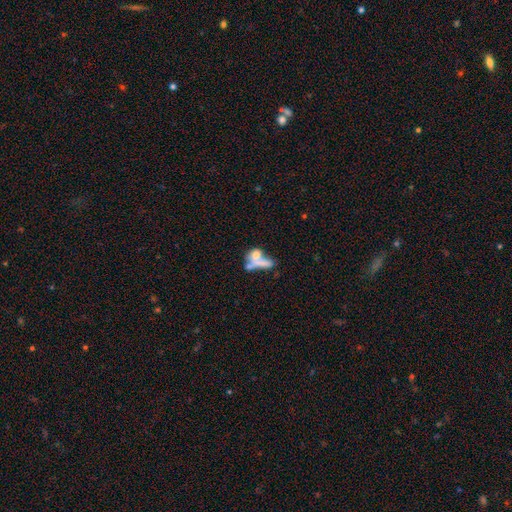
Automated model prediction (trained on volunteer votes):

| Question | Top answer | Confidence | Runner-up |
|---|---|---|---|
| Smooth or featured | smooth | 46% | featured or disk (35%) |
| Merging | merger | 47% | none (32%) |